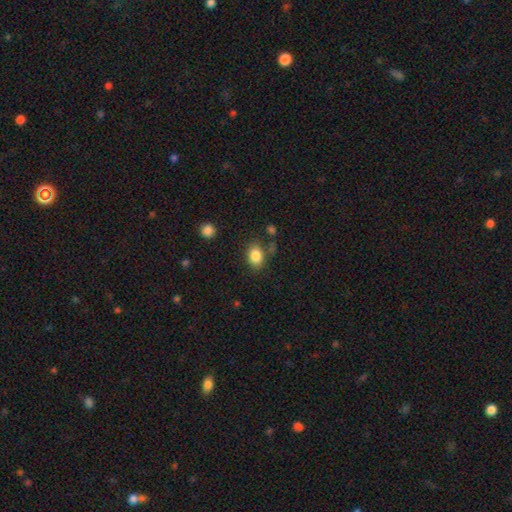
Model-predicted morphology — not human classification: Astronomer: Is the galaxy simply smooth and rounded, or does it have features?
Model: smooth — 86%.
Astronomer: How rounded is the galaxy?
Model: in between — 75%.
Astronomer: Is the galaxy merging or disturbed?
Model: none — 76%.